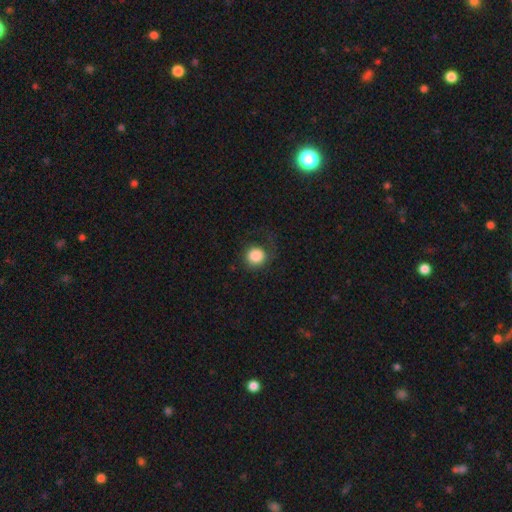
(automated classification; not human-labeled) A smooth galaxy with no disk features (86%) that is round (90%).

Vote fractions:
- Smooth or featured? smooth: 86% / star or artifact: 8% / featured or disk: 6%
- How rounded? round: 90% / in between: 10% / cigar-shaped: 1%
- Merging? none: 66% / minor disturbance: 18% / major disturbance: 14% / merger: 2%